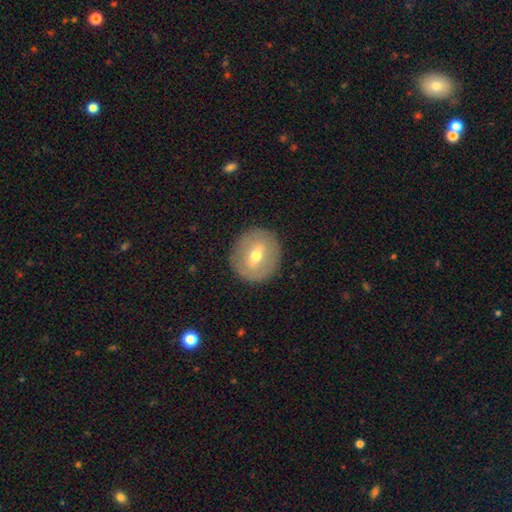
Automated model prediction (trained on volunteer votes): Smooth or featured?
  - featured or disk: 50% *
  - smooth: 43%
  - star or artifact: 7%
Merging?
  - none: 87% *
  - minor disturbance: 8%
  - major disturbance: 3%
  - merger: 1%